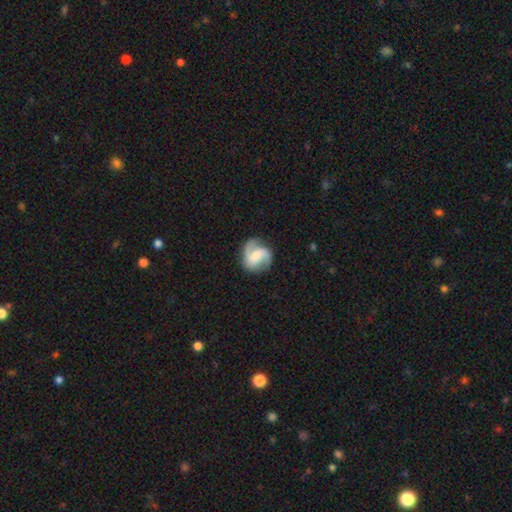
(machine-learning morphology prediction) A featured or disk galaxy (80%) with a weak bar (42%), 2 (81%) medium (50%) spiral arms (96%) and a small central bulge (47%). Merging: none (75%).